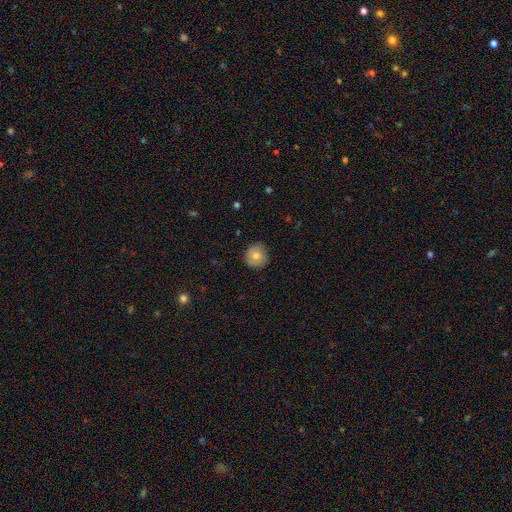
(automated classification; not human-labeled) This appears to be a smooth galaxy with no disk features (75%) that is round (94%). Merging: none (85%).